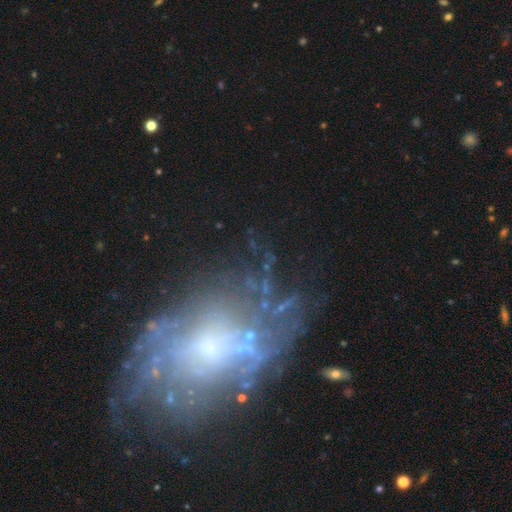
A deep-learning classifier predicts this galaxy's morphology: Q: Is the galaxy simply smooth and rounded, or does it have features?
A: featured or disk — 67%.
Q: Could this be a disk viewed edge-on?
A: no — 94%.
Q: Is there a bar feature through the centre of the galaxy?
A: no — 76%.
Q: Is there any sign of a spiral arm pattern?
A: yes — 59%.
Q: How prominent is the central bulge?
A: small — 57%.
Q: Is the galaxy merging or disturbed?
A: none — 60%.